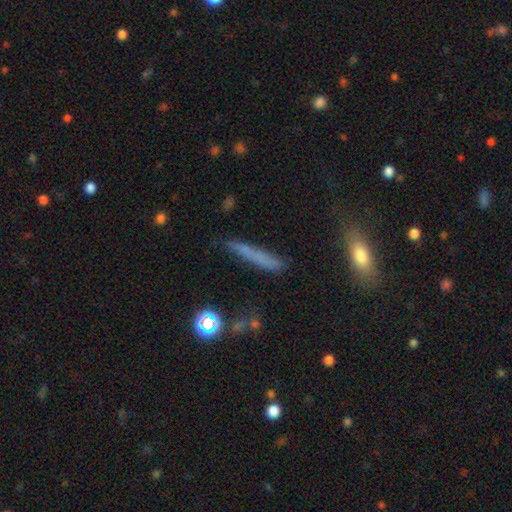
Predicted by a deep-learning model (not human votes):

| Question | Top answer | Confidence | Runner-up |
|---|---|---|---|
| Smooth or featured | smooth | 64% | featured or disk (25%) |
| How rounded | cigar-shaped | 92% | in between (5%) |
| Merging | none | 74% | minor disturbance (18%) |